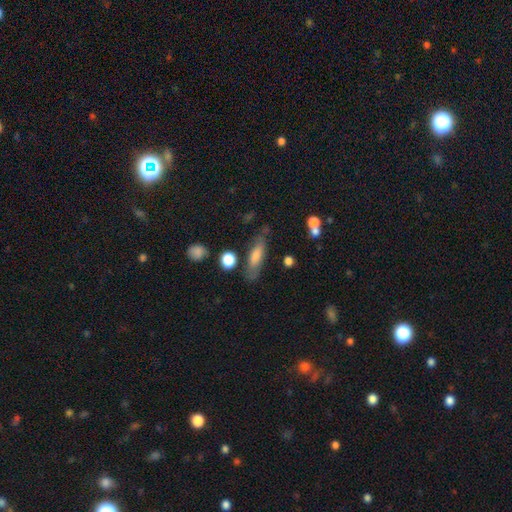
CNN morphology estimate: Q: Smooth or featured?
A: smooth (63%); runner-up: featured or disk (28%)
Q: How rounded?
A: cigar-shaped (51%); runner-up: in between (46%)
Q: Merging?
A: none (73%); runner-up: minor disturbance (17%)